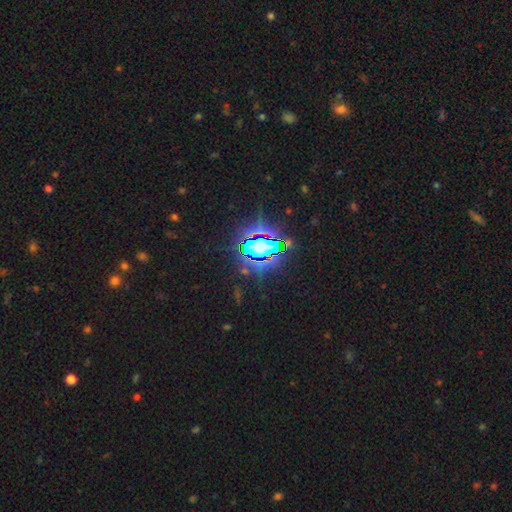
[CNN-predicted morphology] smooth-or-featured: star or artifact: 85% | smooth: 8% | featured or disk: 6%